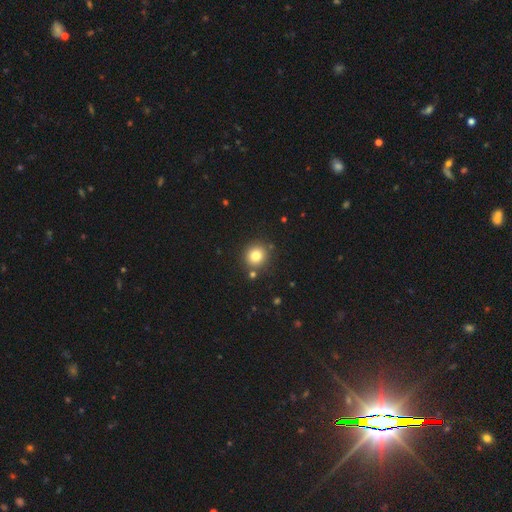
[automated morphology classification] A smooth galaxy with no disk features (80%) that is round (90%). Merging: none (84%).